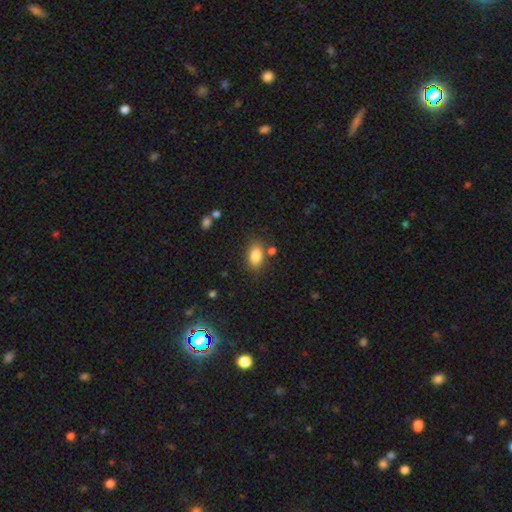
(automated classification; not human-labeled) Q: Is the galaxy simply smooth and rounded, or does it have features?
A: smooth — 85%.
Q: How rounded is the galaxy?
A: in between — 85%.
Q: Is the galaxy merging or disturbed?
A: none — 76%.